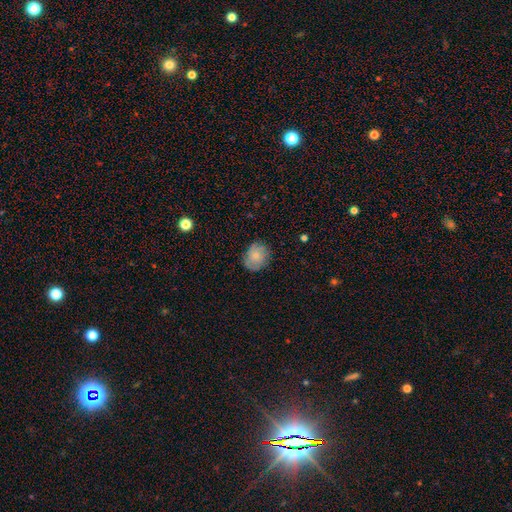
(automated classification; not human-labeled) Smooth or featured?
  - smooth: 73% *
  - featured or disk: 19%
  - star or artifact: 8%
How rounded?
  - round: 56% *
  - in between: 43%
  - cigar-shaped: 1%
Merging?
  - none: 76% *
  - minor disturbance: 19%
  - major disturbance: 4%
  - merger: 1%